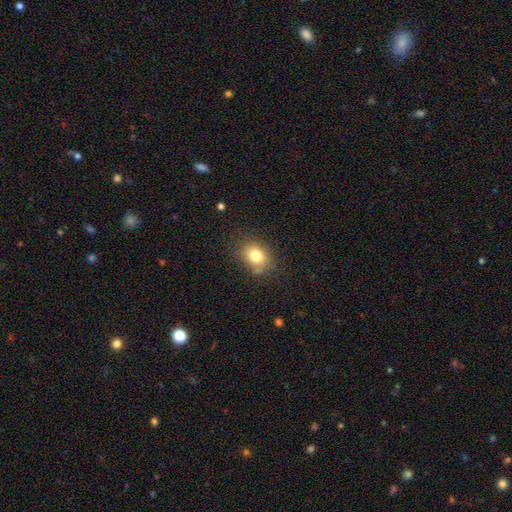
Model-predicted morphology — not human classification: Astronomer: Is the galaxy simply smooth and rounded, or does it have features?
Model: smooth — 79%.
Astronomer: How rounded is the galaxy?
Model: in between — 57% (runner-up: round, 42%).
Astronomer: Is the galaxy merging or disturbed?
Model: none — 74%.